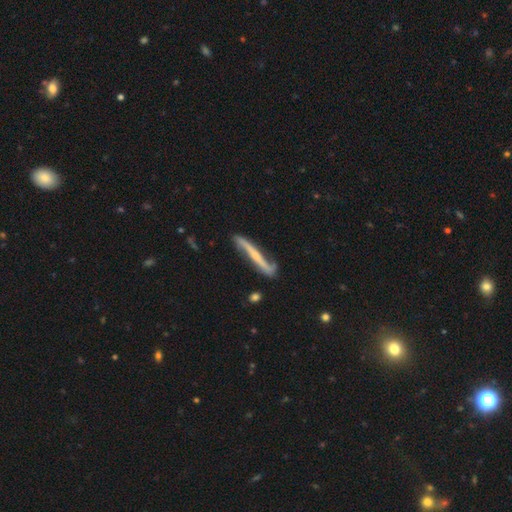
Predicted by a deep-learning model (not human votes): The model was most divided on "edge-on disk": yes: 68%, no: 32%. More confident: smooth or featured — featured or disk (72%); merging — none (69%).